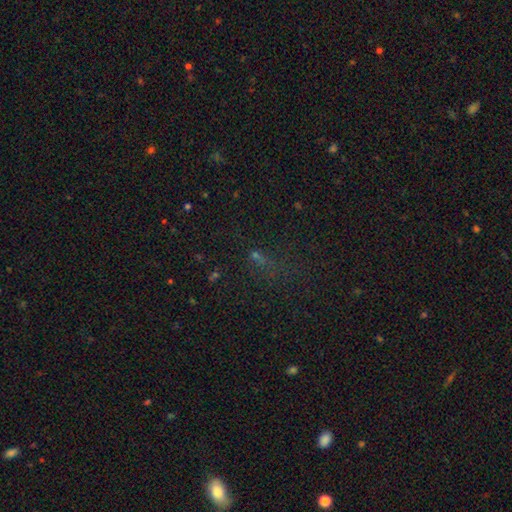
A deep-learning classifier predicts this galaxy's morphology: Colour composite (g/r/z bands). It shows a star or artifact, not a galaxy (50%).